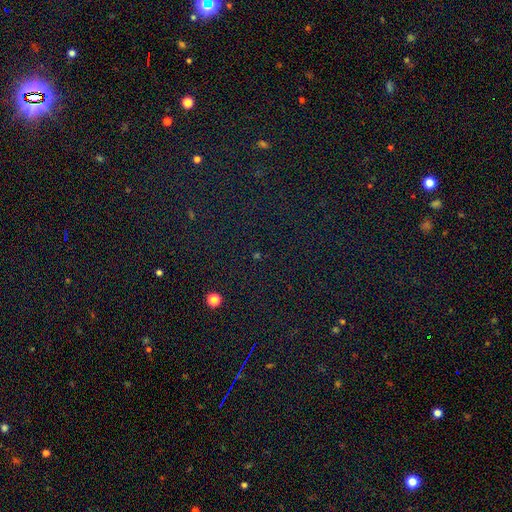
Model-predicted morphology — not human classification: smooth-or-featured: star or artifact: 77% | smooth: 15% | featured or disk: 8%